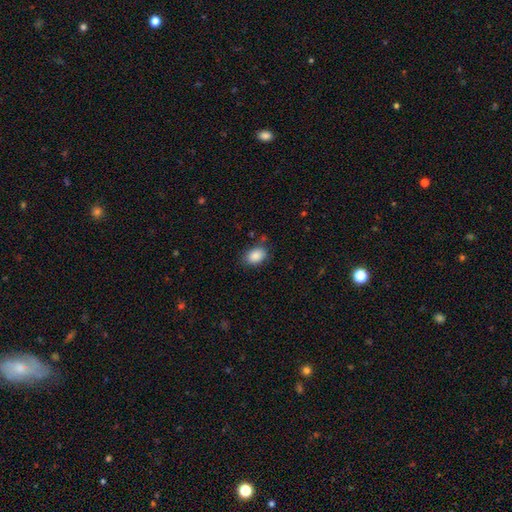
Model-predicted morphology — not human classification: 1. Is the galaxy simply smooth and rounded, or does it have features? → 88% smooth, 8% star or artifact, 4% featured or disk.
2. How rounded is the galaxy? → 82% in between, 17% round, 1% cigar-shaped.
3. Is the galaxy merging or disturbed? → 80% none, 14% minor disturbance, 4% major disturbance, 2% merger.